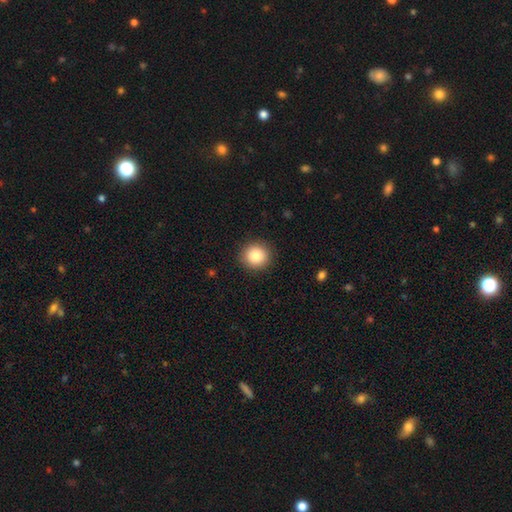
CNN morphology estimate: This is clearly a smooth galaxy (86%). How rounded: clearly round (92%). Merging: clearly none (91%).